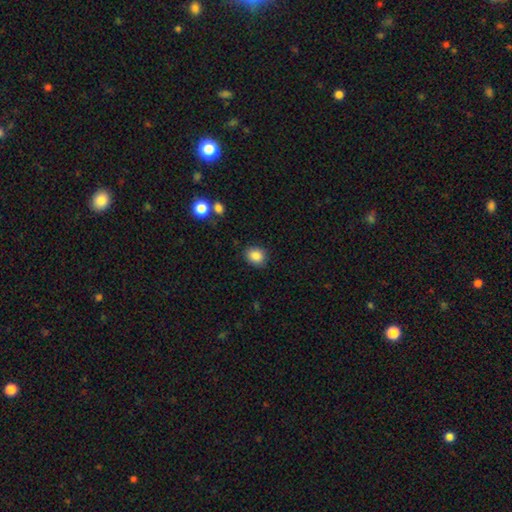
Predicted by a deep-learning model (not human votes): Smooth or featured? Predicted: smooth (p=0.87). How rounded? Predicted: round (p=0.61). Merging? Predicted: none (p=0.85).